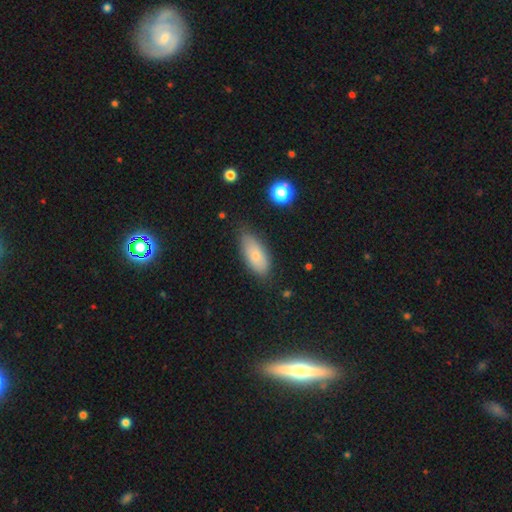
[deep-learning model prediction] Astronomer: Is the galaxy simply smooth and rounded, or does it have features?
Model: smooth — 73%.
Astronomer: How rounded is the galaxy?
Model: in between — 87%.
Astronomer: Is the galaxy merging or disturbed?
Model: none — 73%.